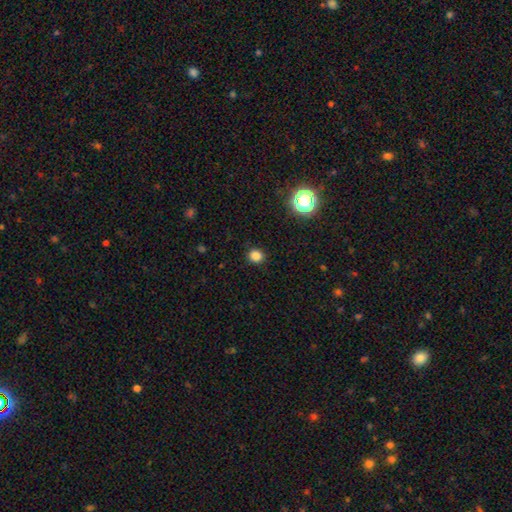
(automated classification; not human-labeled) Smooth or featured: smooth — 82% (star or artifact — 14%)
How rounded: round — 85% (in between — 14%)
Merging: none — 91% (minor disturbance — 6%)